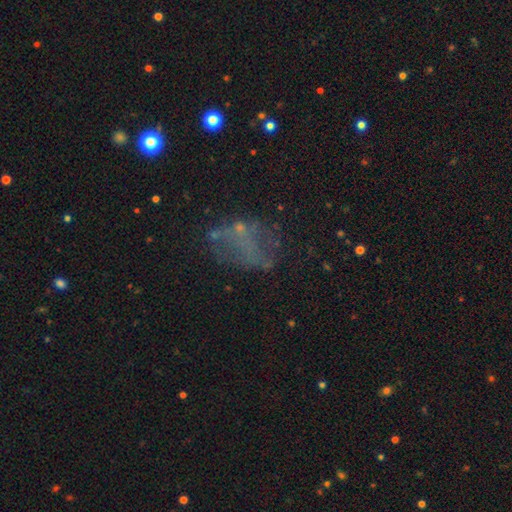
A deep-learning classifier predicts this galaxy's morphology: This appears to be a featured or disk galaxy (43%). Merging: none (47%).